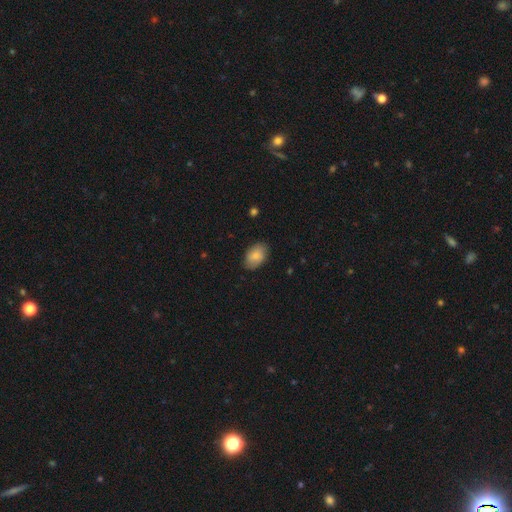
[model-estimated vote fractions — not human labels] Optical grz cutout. It shows a smooth galaxy with no disk features (82%) that is in between round and cigar-shaped (91%). Merging: none (82%).